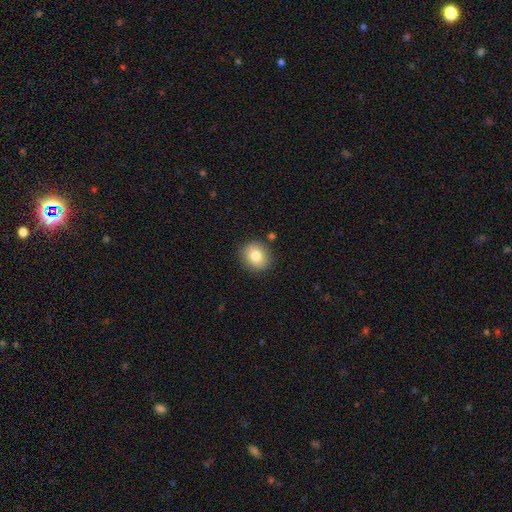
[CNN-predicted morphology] smooth_or_featured: smooth (p=0.79) [alt: featured or disk p=0.11]
how_rounded: round (p=0.77) [alt: in between p=0.22]
merging: none (p=0.86) [alt: minor disturbance p=0.09]